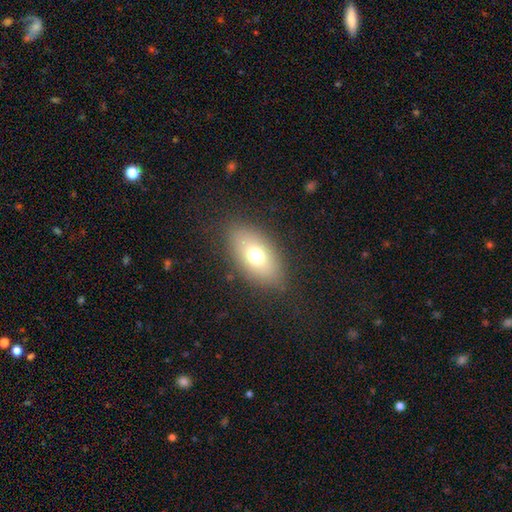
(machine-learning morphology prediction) The model was most divided on "smooth or featured": smooth: 71%, featured or disk: 19%, star or artifact: 10%. More confident: how rounded — in between (87%); merging — none (84%).